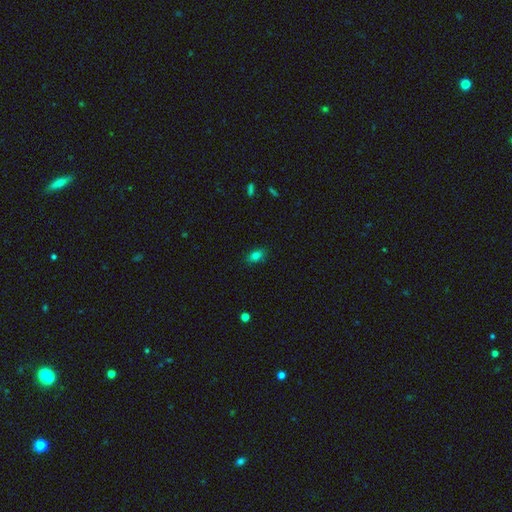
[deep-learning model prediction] Q: Smooth or featured?
A: smooth (78%); runner-up: star or artifact (14%)
Q: How rounded?
A: in between (83%); runner-up: round (10%)
Q: Merging?
A: none (84%); runner-up: minor disturbance (12%)